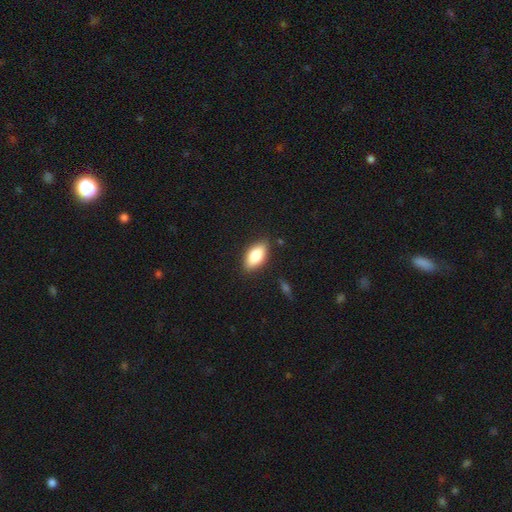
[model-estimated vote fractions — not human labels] Smooth or featured: smooth — 80% (featured or disk — 14%)
How rounded: in between — 89% (cigar-shaped — 7%)
Merging: none — 85% (minor disturbance — 11%)